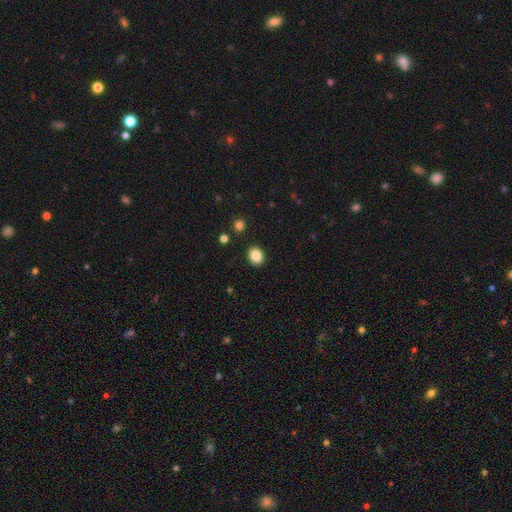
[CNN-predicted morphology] The model was most divided on "how rounded": round: 54%, in between: 45%, cigar-shaped: 1%. More confident: merging — none (91%); smooth or featured — smooth (85%).